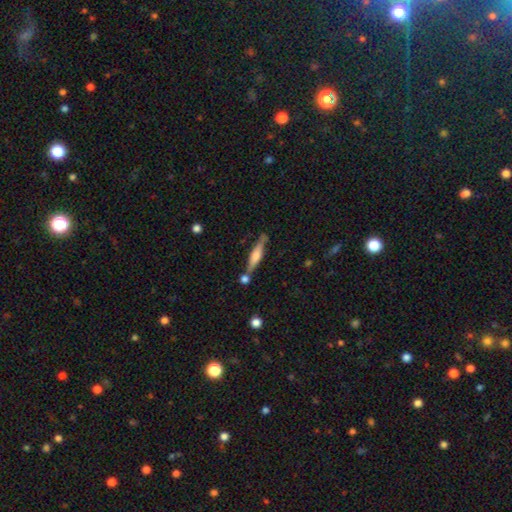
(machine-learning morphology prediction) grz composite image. It shows a featured or disk galaxy (53%) viewed edge-on (94%) with a rounded central bulge (65%). Merging: none (71%).